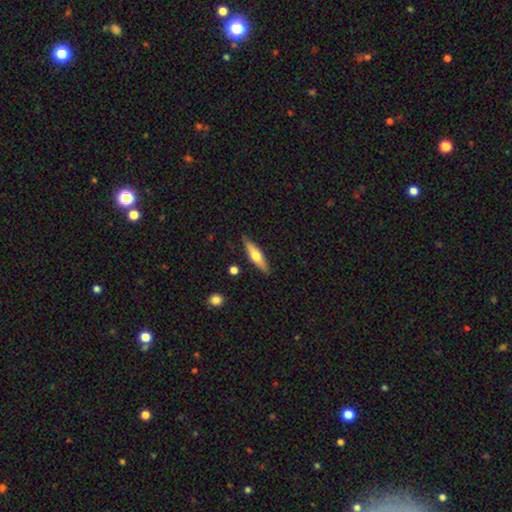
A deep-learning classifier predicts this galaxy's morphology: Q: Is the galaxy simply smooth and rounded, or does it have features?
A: smooth — 50%.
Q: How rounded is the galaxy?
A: cigar-shaped — 70%.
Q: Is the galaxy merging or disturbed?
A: none — 86%.